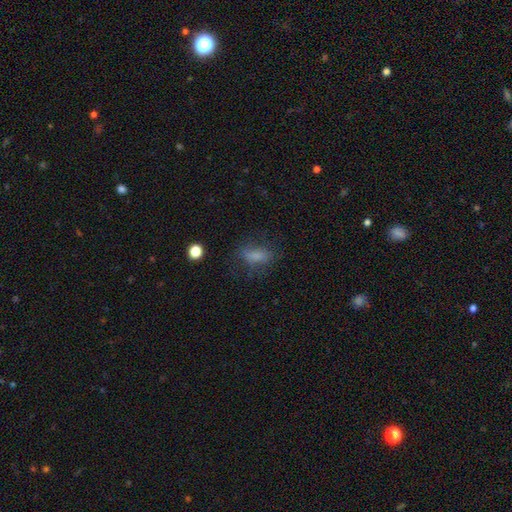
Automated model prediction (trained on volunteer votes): smooth_or_featured: smooth (p=0.71) [alt: featured or disk p=0.15]
how_rounded: in between (p=0.73) [alt: cigar-shaped p=0.18]
merging: none (p=0.62) [alt: minor disturbance p=0.20]